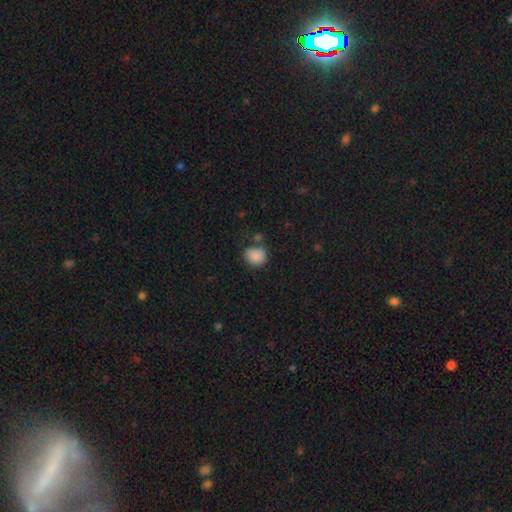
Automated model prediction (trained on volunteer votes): A smooth galaxy with no disk features (86%) that is round (68%).

Vote fractions:
- Smooth or featured? smooth: 86% / star or artifact: 9% / featured or disk: 5%
- How rounded? round: 68% / in between: 31% / cigar-shaped: 1%
- Merging? none: 64% / minor disturbance: 19% / merger: 11% / major disturbance: 6%